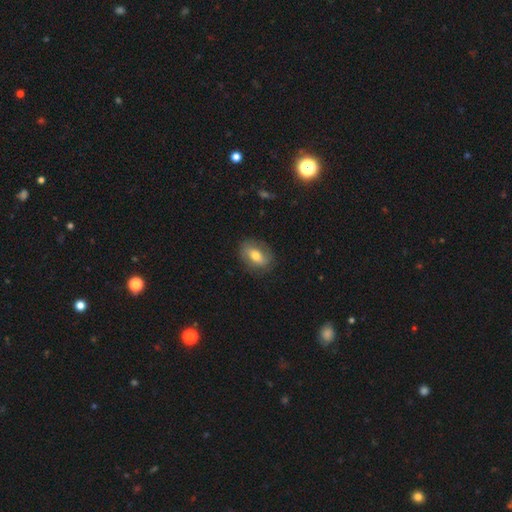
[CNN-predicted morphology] smooth-or-featured: smooth: 57% | featured or disk: 35% | star or artifact: 7%
  how-rounded: in between: 78% | round: 18% | cigar-shaped: 4%
  merging: none: 80% | minor disturbance: 14% | major disturbance: 5% | merger: 1%